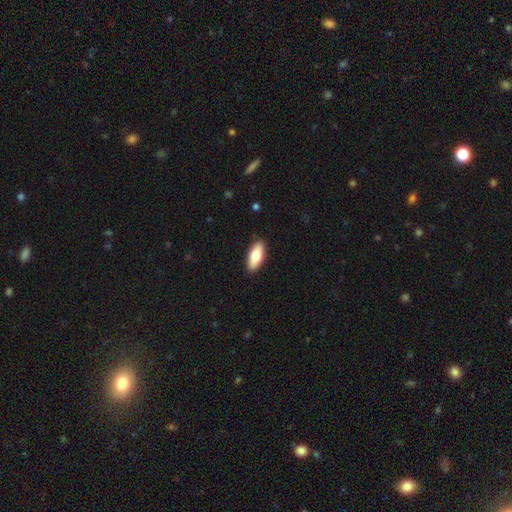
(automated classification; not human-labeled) Smooth or featured? smooth (77%)
How rounded? in between (81%)
Merging? none (88%)